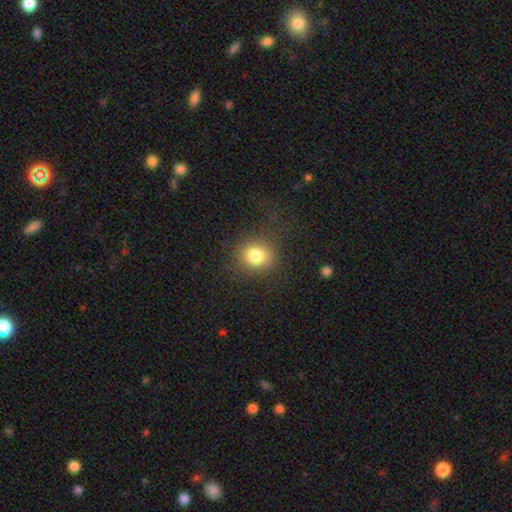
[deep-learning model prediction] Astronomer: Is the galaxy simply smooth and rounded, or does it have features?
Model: smooth — 81%.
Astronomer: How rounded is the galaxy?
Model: round — 77%.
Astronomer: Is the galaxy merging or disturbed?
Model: none — 81%.